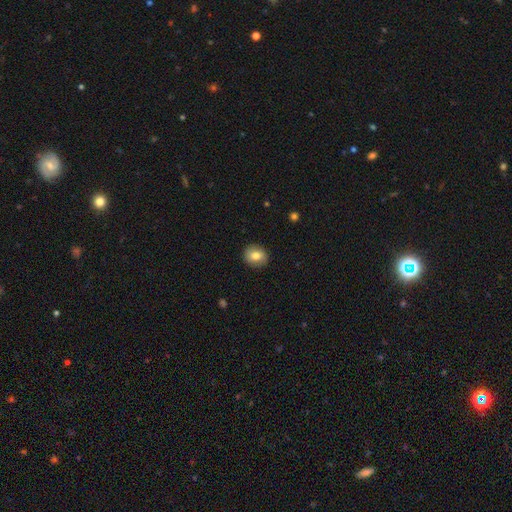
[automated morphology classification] A smooth galaxy with no disk features (77%) that is round (74%).

Vote fractions:
- Smooth or featured? smooth: 77% / featured or disk: 15% / star or artifact: 9%
- How rounded? round: 74% / in between: 25% / cigar-shaped: 1%
- Merging? none: 88% / minor disturbance: 8% / major disturbance: 2% / merger: 1%